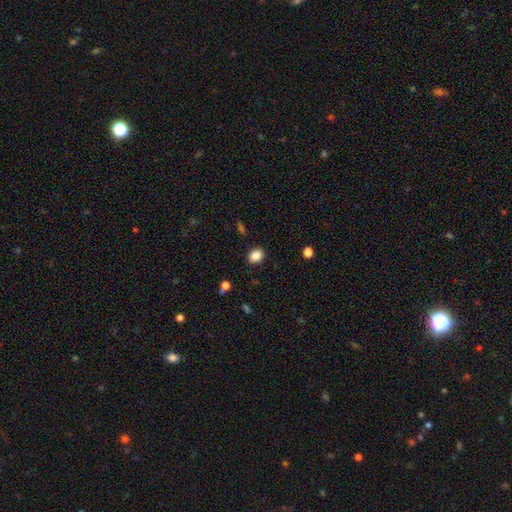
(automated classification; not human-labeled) A smooth galaxy with no disk features (86%) that is in between round and cigar-shaped (50%). Merging: none (89%).